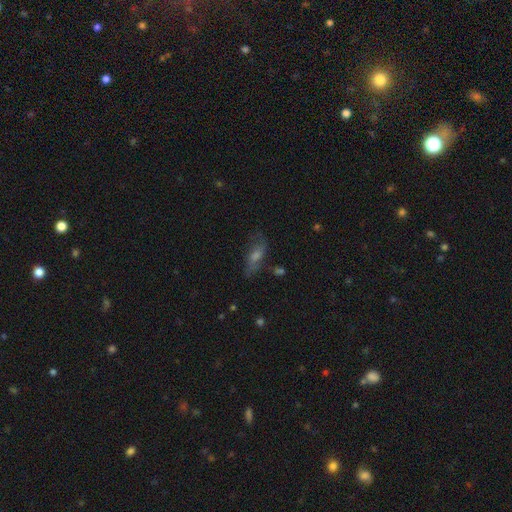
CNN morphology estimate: This is possibly a featured or disk galaxy (46%). Merging: likely none (65%).